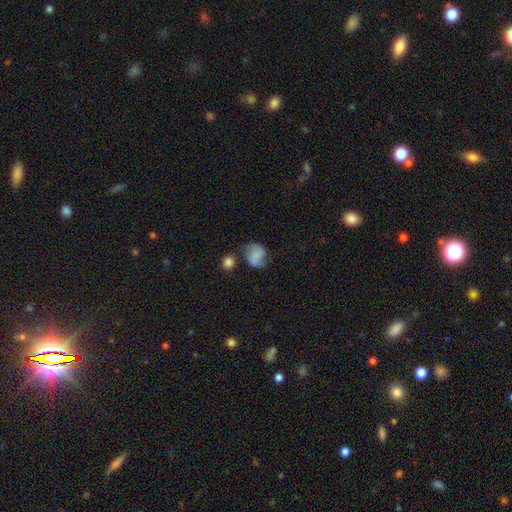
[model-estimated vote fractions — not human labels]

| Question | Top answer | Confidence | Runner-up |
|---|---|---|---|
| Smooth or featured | smooth | 53% | featured or disk (37%) |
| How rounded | round | 67% | in between (32%) |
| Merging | none | 58% | minor disturbance (22%) |